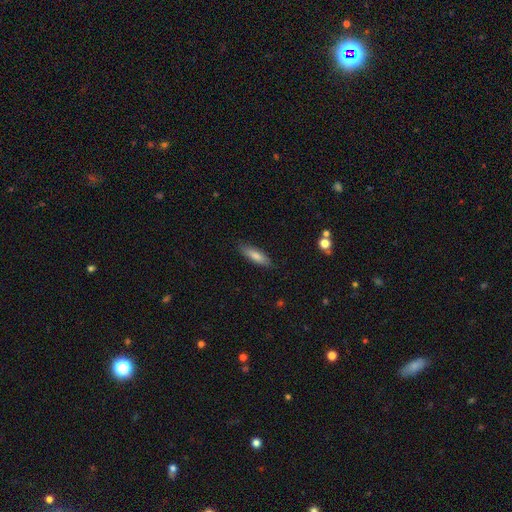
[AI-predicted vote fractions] Smooth or featured? Predicted: smooth (p=0.77). How rounded? Predicted: cigar-shaped (p=0.61). Merging? Predicted: none (p=0.86).